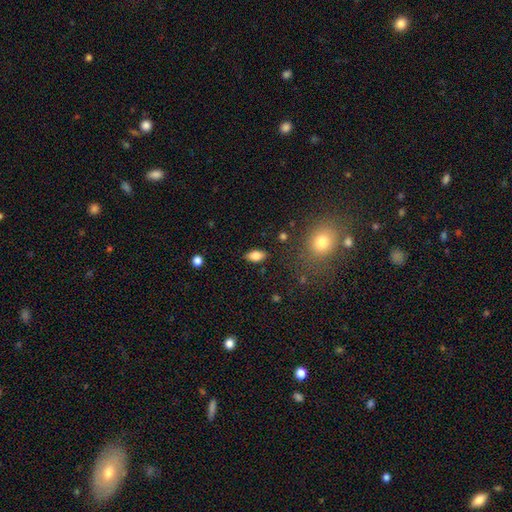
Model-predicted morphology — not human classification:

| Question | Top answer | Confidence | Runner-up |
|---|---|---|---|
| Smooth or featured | smooth | 81% | featured or disk (10%) |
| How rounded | in between | 90% | round (6%) |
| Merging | none | 86% | minor disturbance (10%) |